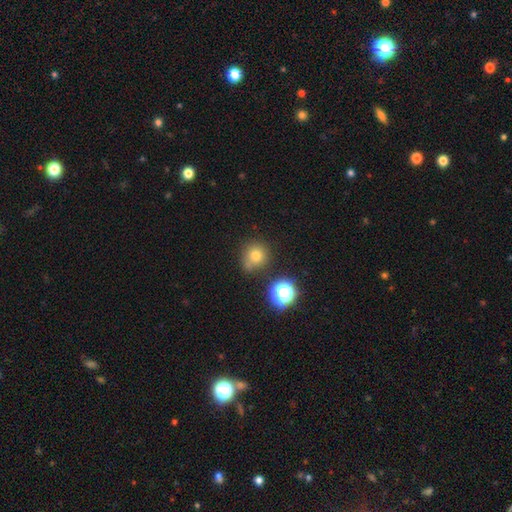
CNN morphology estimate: Q: Smooth or featured?
A: smooth (73%); runner-up: star or artifact (18%)
Q: How rounded?
A: round (88%); runner-up: in between (11%)
Q: Merging?
A: none (66%); runner-up: minor disturbance (17%)